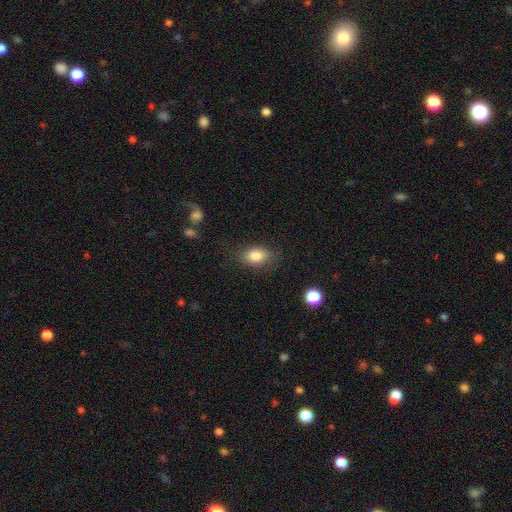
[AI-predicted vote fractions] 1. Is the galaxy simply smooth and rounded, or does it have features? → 84% smooth, 8% star or artifact, 8% featured or disk.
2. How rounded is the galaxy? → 83% in between, 14% round, 3% cigar-shaped.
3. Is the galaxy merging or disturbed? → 77% none, 16% minor disturbance, 5% major disturbance, 2% merger.